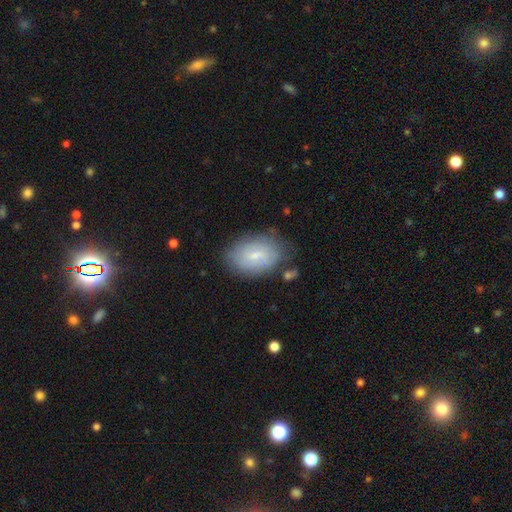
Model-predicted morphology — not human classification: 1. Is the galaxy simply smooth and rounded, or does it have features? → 62% smooth, 30% featured or disk, 8% star or artifact.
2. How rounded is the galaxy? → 85% in between, 14% round, 1% cigar-shaped.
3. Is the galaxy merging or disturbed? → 72% none, 20% minor disturbance, 5% major disturbance, 3% merger.